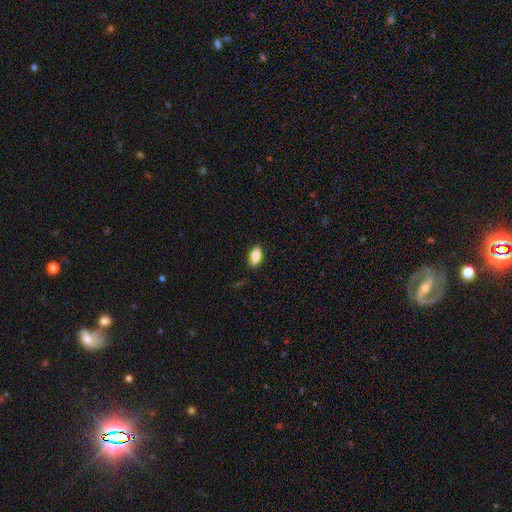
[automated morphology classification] smooth-or-featured: smooth: 83% | featured or disk: 10% | star or artifact: 7%
  how-rounded: in between: 89% | cigar-shaped: 7% | round: 4%
  merging: none: 86% | minor disturbance: 10% | major disturbance: 2% | merger: 1%